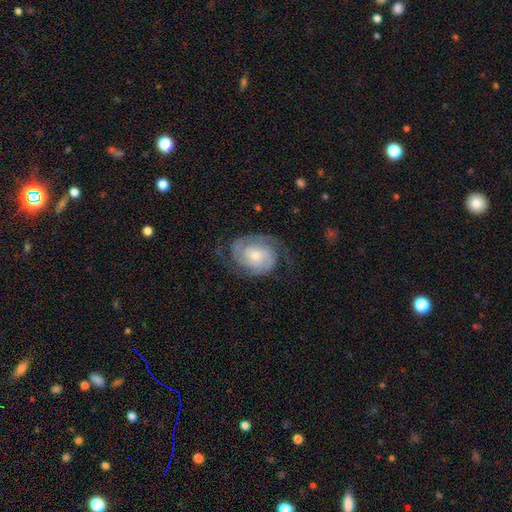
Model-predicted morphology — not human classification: Smooth or featured: featured or disk — 83% (smooth — 12%)
Edge-on disk: no — 98% (yes — 2%)
Bar: no — 66% (weak — 28%)
Spiral arms: yes — 96% (no — 4%)
Spiral winding: tight — 49% (medium — 38%)
Spiral arm count: 2 — 77% (can't tell — 9%)
Bulge size: small — 43% (moderate — 42%)
Merging: none — 67% (minor disturbance — 18%)